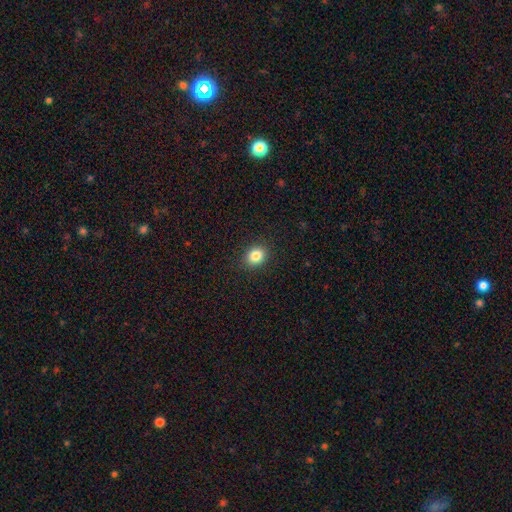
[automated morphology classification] type=smooth (85%); roundness=round (60%); merging=none (90%).